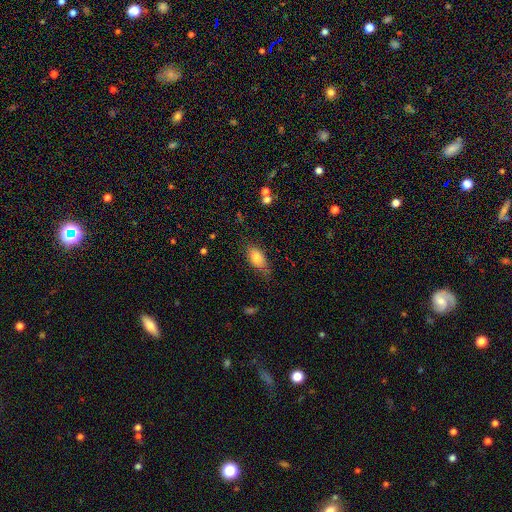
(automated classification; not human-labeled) Q: Smooth or featured?
A: smooth (79%); runner-up: featured or disk (12%)
Q: How rounded?
A: in between (84%); runner-up: cigar-shaped (10%)
Q: Merging?
A: none (67%); runner-up: minor disturbance (25%)